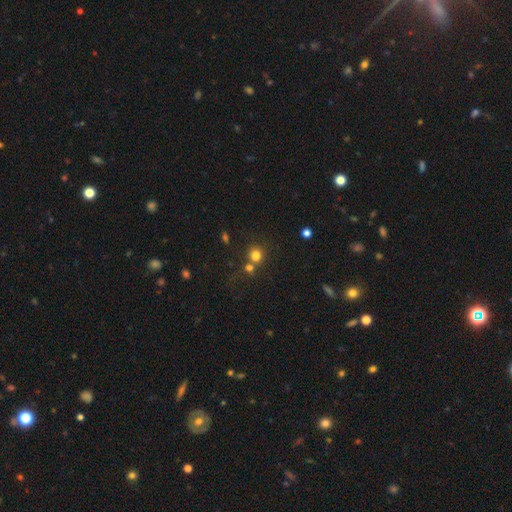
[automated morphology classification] Smooth or featured? Predicted: smooth (p=0.78). How rounded? Predicted: round (p=0.86). Merging? Predicted: none (p=0.60).